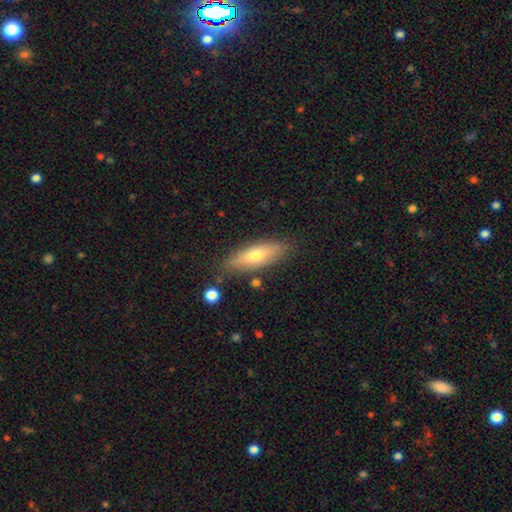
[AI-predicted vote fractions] Smooth or featured? Predicted: smooth (p=0.60). How rounded? Predicted: in between (p=0.51). Merging? Predicted: none (p=0.81).